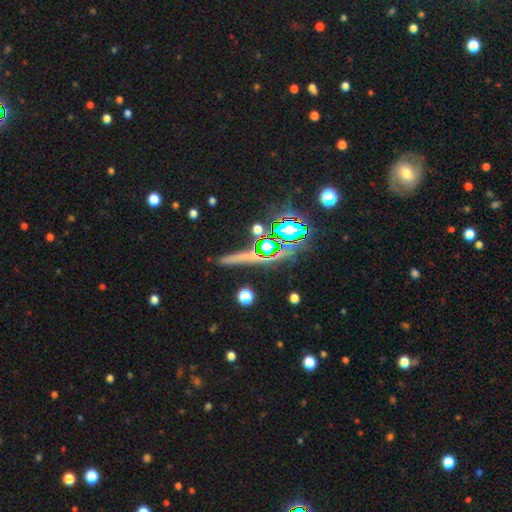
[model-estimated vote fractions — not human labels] A star or artifact, not a galaxy (50%).